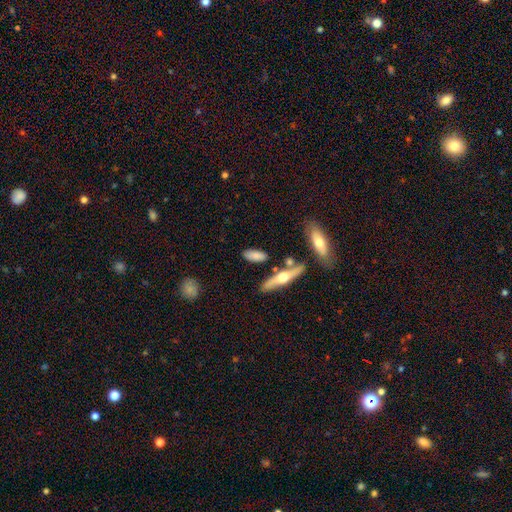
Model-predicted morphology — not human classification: Smooth or featured: smooth — 73% (featured or disk — 20%)
How rounded: in between — 66% (cigar-shaped — 31%)
Merging: none — 75% (minor disturbance — 13%)